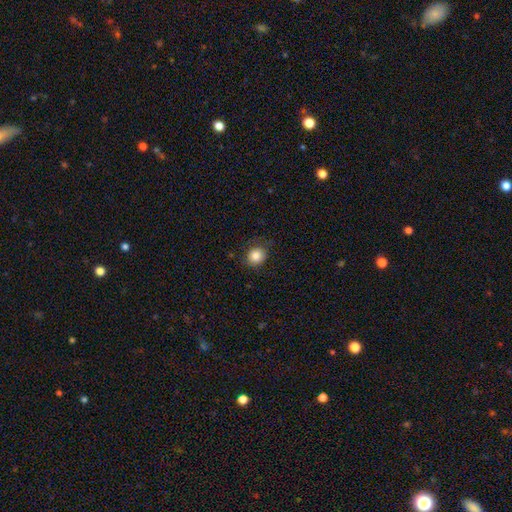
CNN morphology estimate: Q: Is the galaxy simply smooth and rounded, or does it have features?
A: smooth — 85%.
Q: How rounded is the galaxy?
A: round — 81%.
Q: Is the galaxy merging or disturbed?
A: none — 81%.